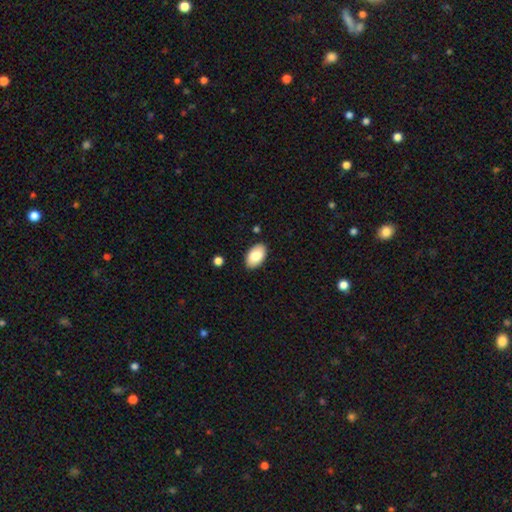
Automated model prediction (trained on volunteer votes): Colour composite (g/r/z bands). It shows a smooth galaxy with no disk features (83%) that is in between round and cigar-shaped (94%). Merging: none (87%).